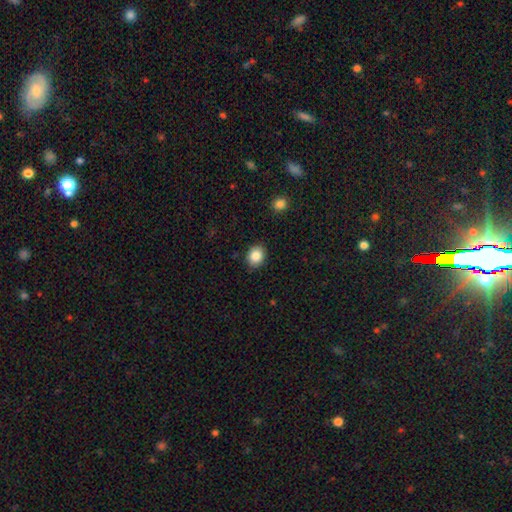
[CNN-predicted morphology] A smooth galaxy with no disk features (87%) that is round (62%). Merging: none (89%).